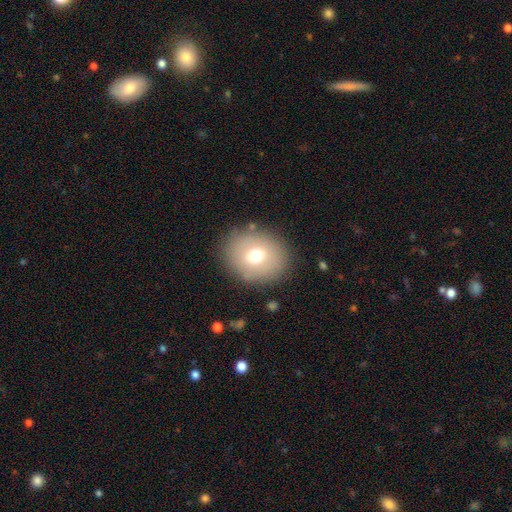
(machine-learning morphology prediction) smooth-or-featured: smooth: 68% | featured or disk: 21% | star or artifact: 11%
  how-rounded: round: 57% | in between: 42% | cigar-shaped: 1%
  merging: none: 86% | minor disturbance: 9% | major disturbance: 3% | merger: 2%